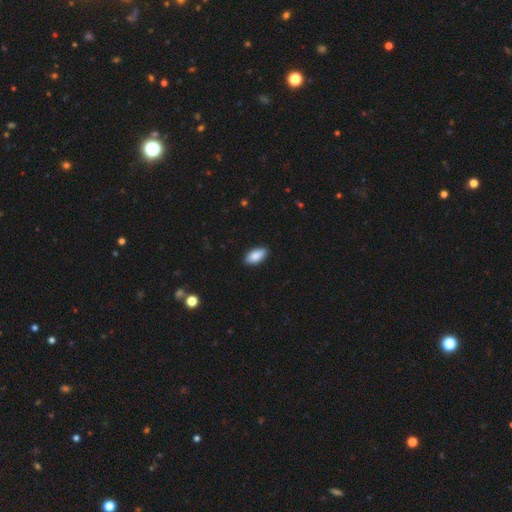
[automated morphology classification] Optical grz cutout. It shows a smooth galaxy with no disk features (88%) that is in between round and cigar-shaped (92%). Merging: none (88%).